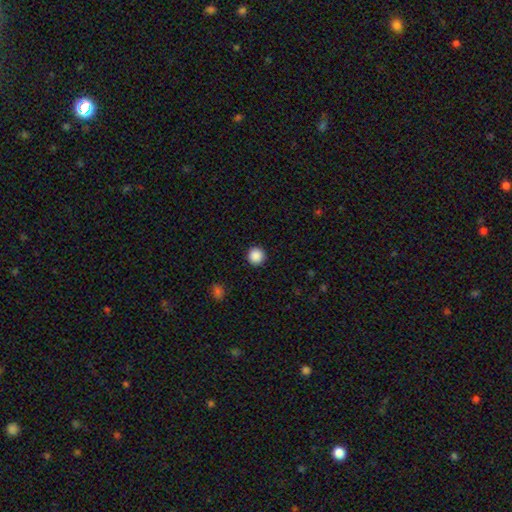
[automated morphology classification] type=smooth (88%); roundness=round (96%); merging=none (92%).